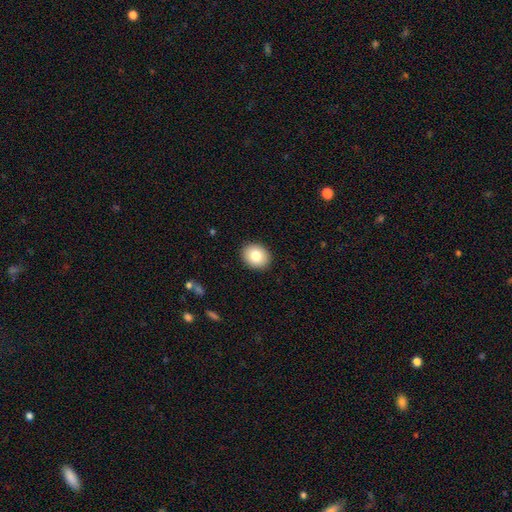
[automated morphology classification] Overall: smooth (81%). How rounded: round (59%; in between 41%). Merging: none (91%).